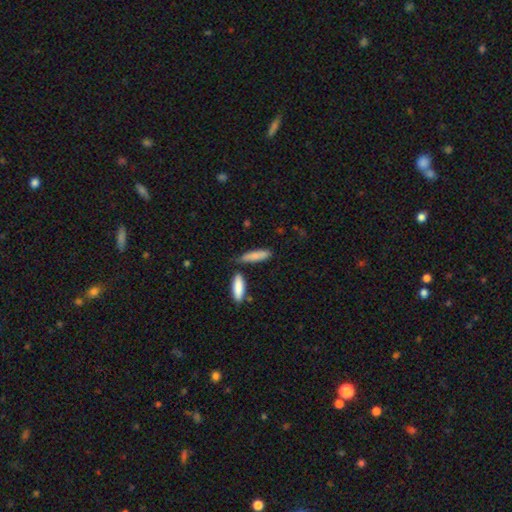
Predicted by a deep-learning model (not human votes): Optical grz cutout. It shows a smooth galaxy with no disk features (84%) that is cigar-shaped (71%). Merging: none (67%).